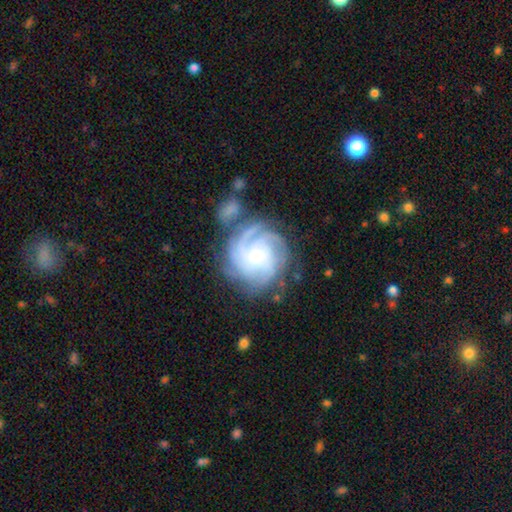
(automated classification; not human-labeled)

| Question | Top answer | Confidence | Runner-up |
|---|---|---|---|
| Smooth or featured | featured or disk | 84% | smooth (9%) |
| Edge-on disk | no | 98% | yes (2%) |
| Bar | no | 70% | weak (24%) |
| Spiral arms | yes | 97% | no (3%) |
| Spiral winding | tight | 67% | medium (27%) |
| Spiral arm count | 4 | 38% | 3 (20%) |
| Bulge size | small | 55% | moderate (39%) |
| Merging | none | 66% | minor disturbance (16%) |